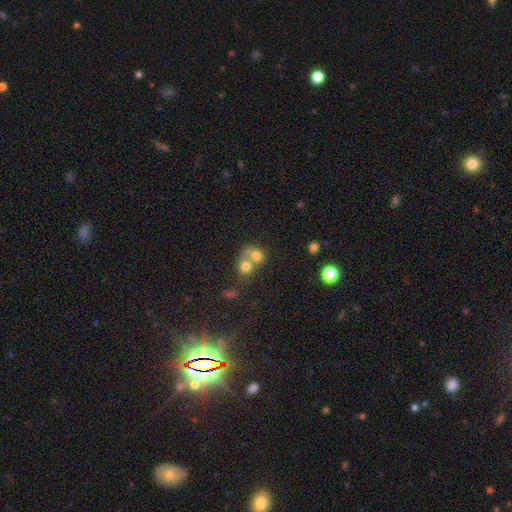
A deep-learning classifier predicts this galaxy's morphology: Smooth or featured? Predicted: smooth (p=0.49). Merging? Predicted: merger (p=0.64).